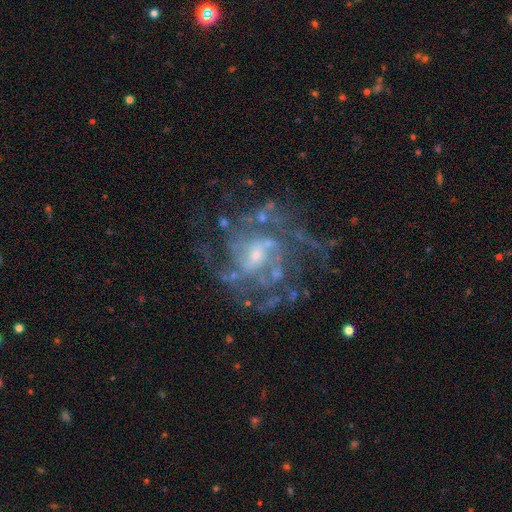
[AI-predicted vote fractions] This is clearly a featured or disk galaxy (87%). It is clearly not viewed edge-on (98%). Bar: possibly no (50%). Spiral arm pattern: clearly yes (91%). Spiral arm count: marginally can't tell (30%). Spiral winding: marginally medium (44%). Central bulge: likely small (62%). Merging: likely none (65%).